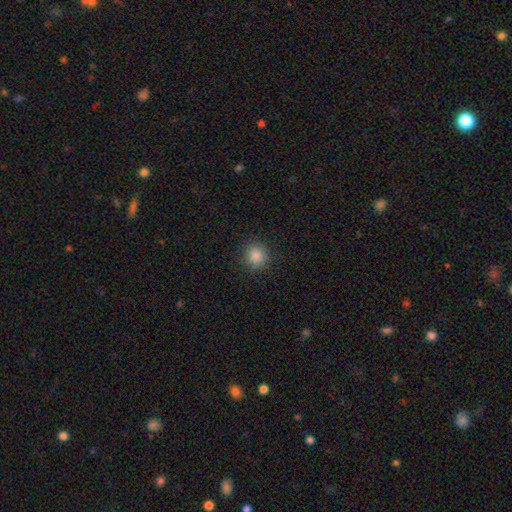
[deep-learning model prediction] Smooth or featured? Predicted: smooth (p=0.86). How rounded? Predicted: round (p=0.91). Merging? Predicted: none (p=0.90).